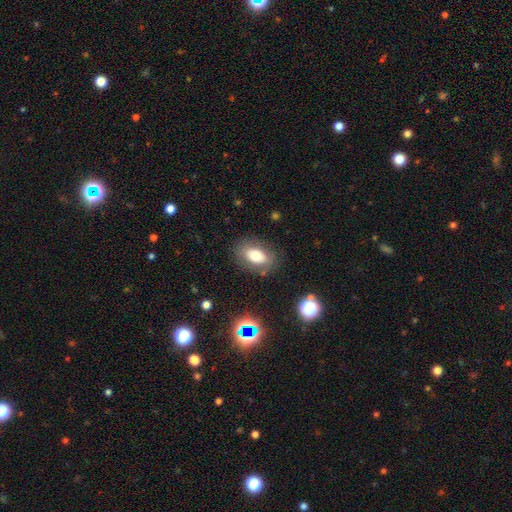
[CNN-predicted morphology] Smooth or featured?
  - smooth: 72% *
  - featured or disk: 18%
  - star or artifact: 10%
How rounded?
  - in between: 86% *
  - round: 12%
  - cigar-shaped: 2%
Merging?
  - none: 81% *
  - minor disturbance: 12%
  - major disturbance: 5%
  - merger: 2%